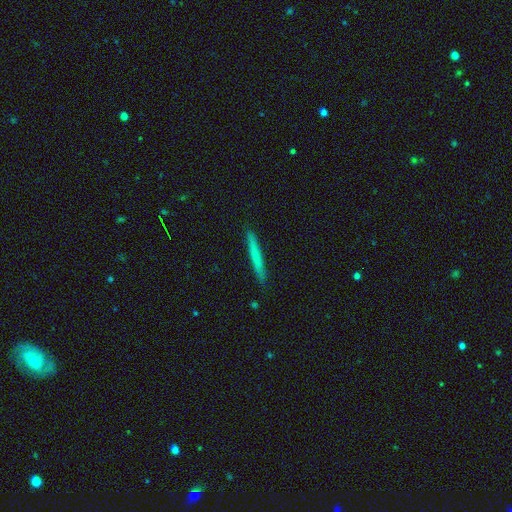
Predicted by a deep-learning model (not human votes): A smooth galaxy with no disk features (67%) that is cigar-shaped (97%). Merging: none (91%).